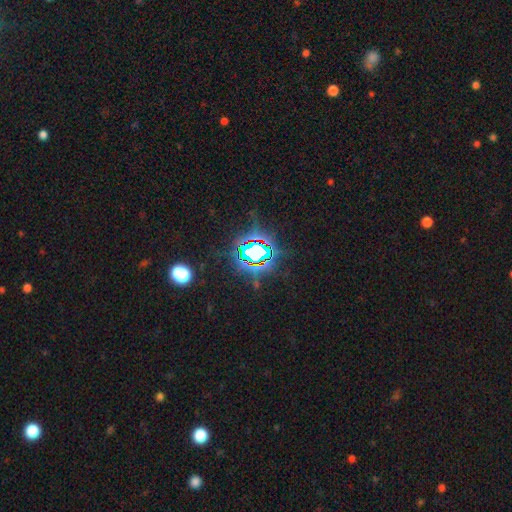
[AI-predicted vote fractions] smooth-or-featured: star or artifact: 77% | smooth: 12% | featured or disk: 11%